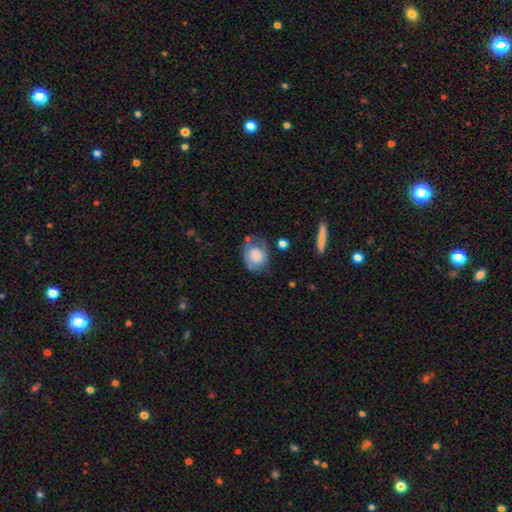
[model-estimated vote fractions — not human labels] This is possibly a smooth galaxy (57%). How rounded: likely round (61%). Merging: possibly none (52%).